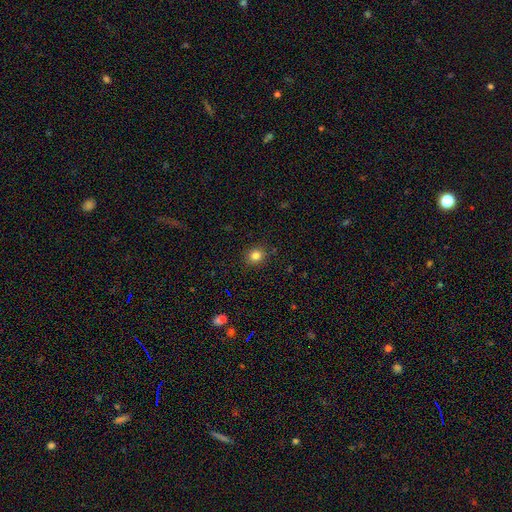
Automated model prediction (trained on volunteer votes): Smooth or featured: smooth — 82% (star or artifact — 12%)
How rounded: round — 78% (in between — 21%)
Merging: none — 89% (minor disturbance — 8%)